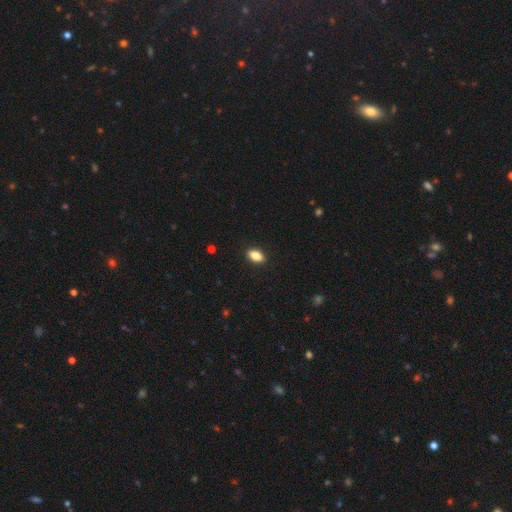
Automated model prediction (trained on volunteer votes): Morphology: type=smooth (86%); roundness=in between (89%); merging=none (90%).